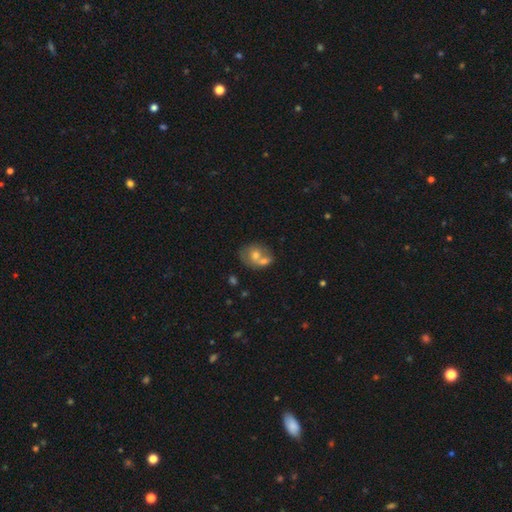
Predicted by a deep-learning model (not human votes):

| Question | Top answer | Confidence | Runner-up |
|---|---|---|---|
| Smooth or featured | smooth | 61% | featured or disk (31%) |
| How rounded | round | 55% | in between (43%) |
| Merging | merger | 59% | none (26%) |